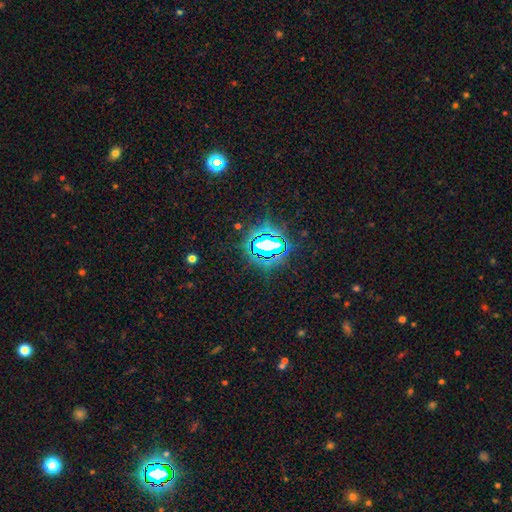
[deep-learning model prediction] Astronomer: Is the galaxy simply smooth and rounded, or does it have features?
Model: star or artifact — 81%.